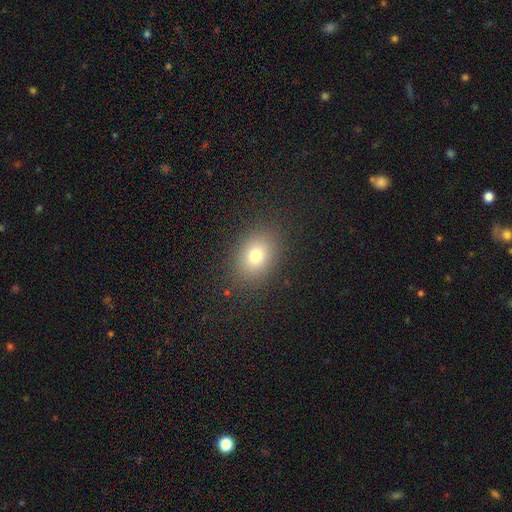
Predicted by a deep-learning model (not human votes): smooth 76%, star or artifact 13%, featured or disk 11%. Down the decision tree: how rounded — in between (65%); merging — none (87%).